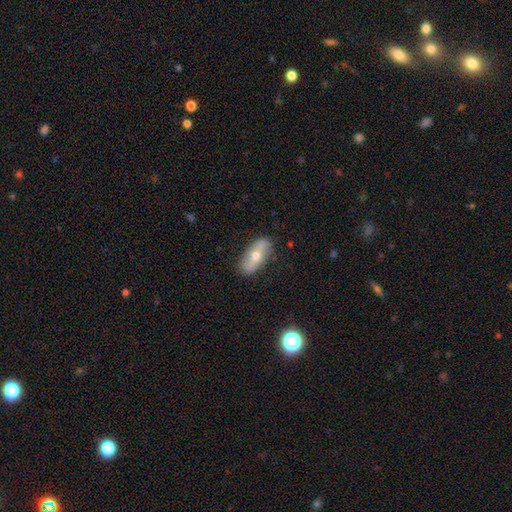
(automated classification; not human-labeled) Morphology: type=featured or disk (53%); edge-on=no (76%); merging=none (84%).